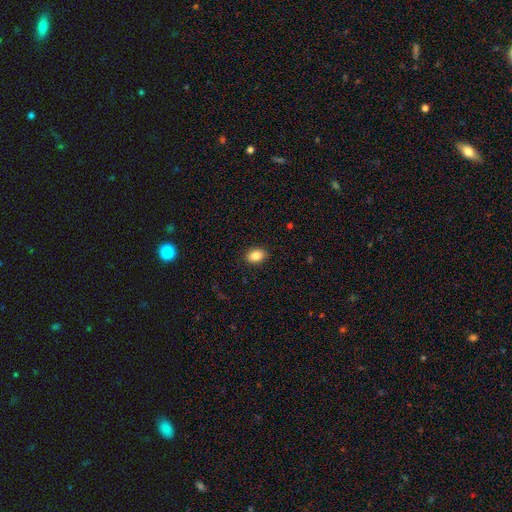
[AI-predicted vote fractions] Smooth or featured? smooth (86%)
How rounded? in between (78%)
Merging? none (90%)